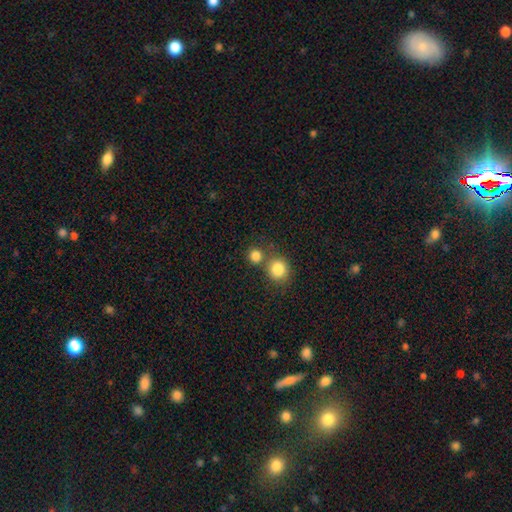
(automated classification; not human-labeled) Smooth or featured? Predicted: smooth (p=0.83). How rounded? Predicted: round (p=0.87). Merging? Predicted: none (p=0.62).